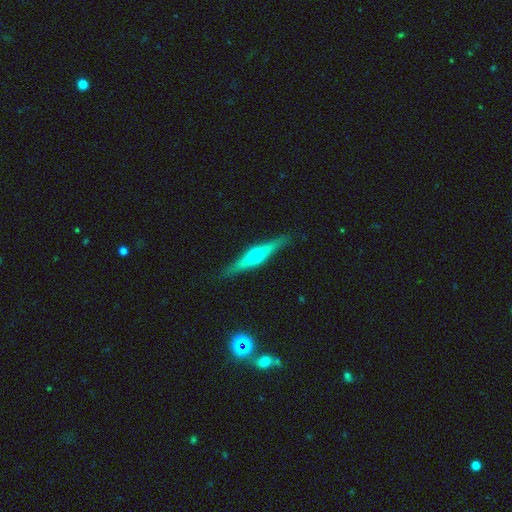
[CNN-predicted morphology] A featured or disk galaxy (72%) viewed edge-on (97%) with a rounded central bulge (93%).

Vote fractions:
- Smooth or featured? featured or disk: 72% / smooth: 22% / star or artifact: 6%
- Edge-on disk? yes: 97% / no: 3%
- Edge-on bulge? rounded: 93% / boxy: 4% / none: 3%
- Merging? none: 90% / minor disturbance: 8% / major disturbance: 2% / merger: 1%